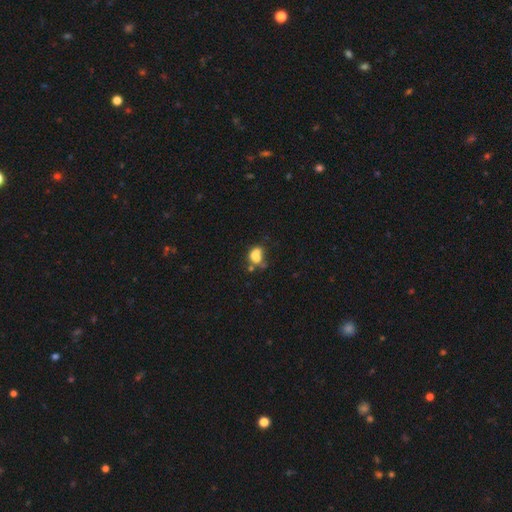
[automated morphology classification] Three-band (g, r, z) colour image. It shows a smooth galaxy with no disk features (68%) that is in between round and cigar-shaped (67%). Merging: merger (36%).